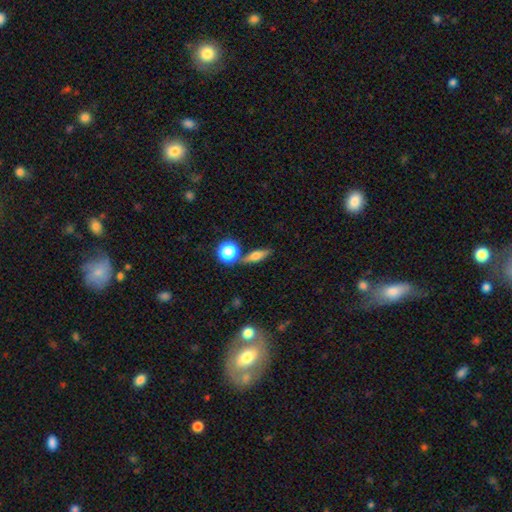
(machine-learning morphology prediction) This is possibly a smooth galaxy (52%). How rounded: marginally cigar-shaped (45%). Merging: likely none (76%).